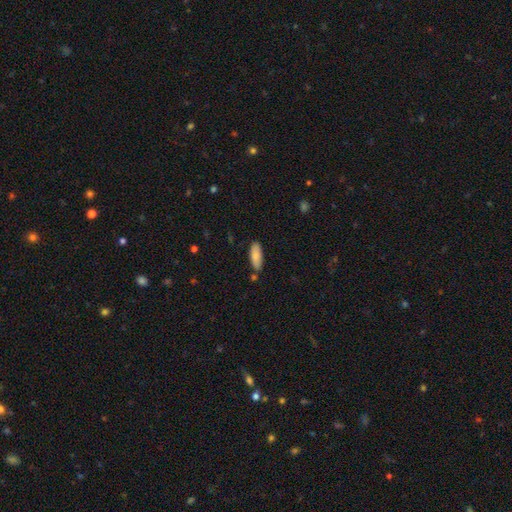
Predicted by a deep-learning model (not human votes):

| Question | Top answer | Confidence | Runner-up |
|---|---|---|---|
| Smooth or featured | smooth | 83% | featured or disk (11%) |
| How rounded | in between | 70% | cigar-shaped (28%) |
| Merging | none | 78% | minor disturbance (15%) |